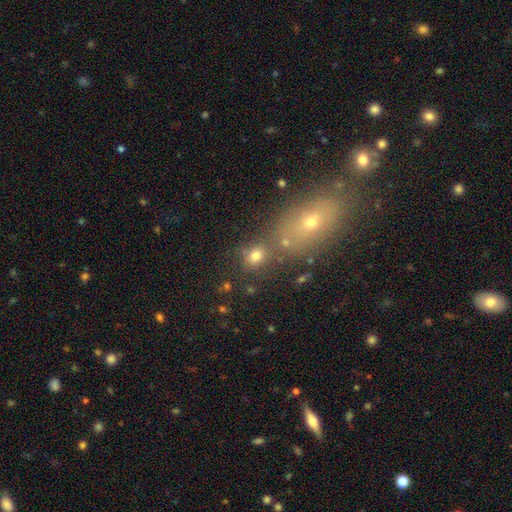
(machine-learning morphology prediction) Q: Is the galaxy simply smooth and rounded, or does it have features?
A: smooth — 73%.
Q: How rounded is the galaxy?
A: round — 61%.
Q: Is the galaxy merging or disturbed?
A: none — 59%.